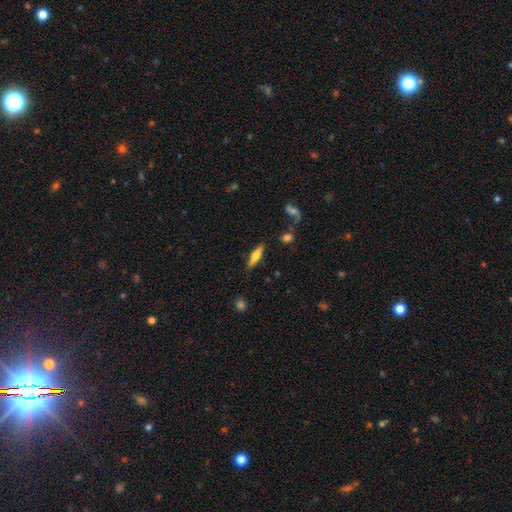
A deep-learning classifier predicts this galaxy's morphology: Smooth or featured? smooth (53%)
How rounded? cigar-shaped (63%)
Merging? none (84%)